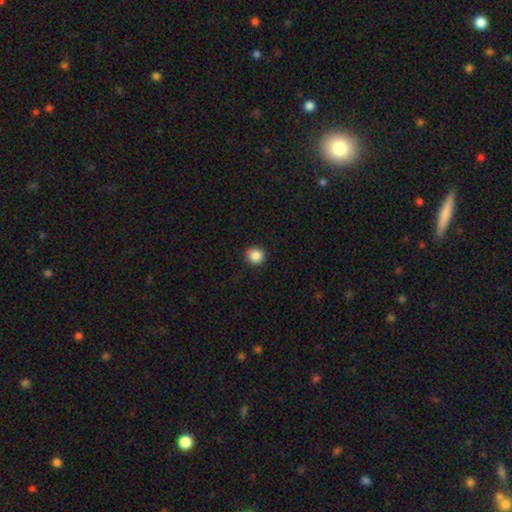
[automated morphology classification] A smooth galaxy with no disk features (86%) that is round (91%).

Vote fractions:
- Smooth or featured? smooth: 86% / star or artifact: 10% / featured or disk: 4%
- How rounded? round: 91% / in between: 8% / cigar-shaped: 1%
- Merging? none: 91% / minor disturbance: 6% / major disturbance: 2% / merger: 1%